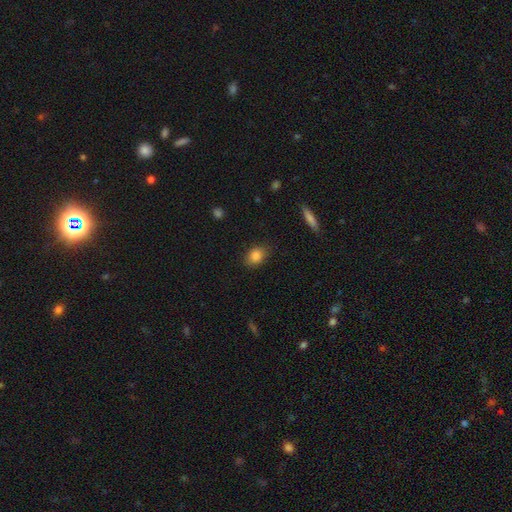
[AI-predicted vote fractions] Q: Smooth or featured?
A: smooth (85%); runner-up: star or artifact (9%)
Q: How rounded?
A: in between (69%); runner-up: round (30%)
Q: Merging?
A: none (83%); runner-up: minor disturbance (13%)